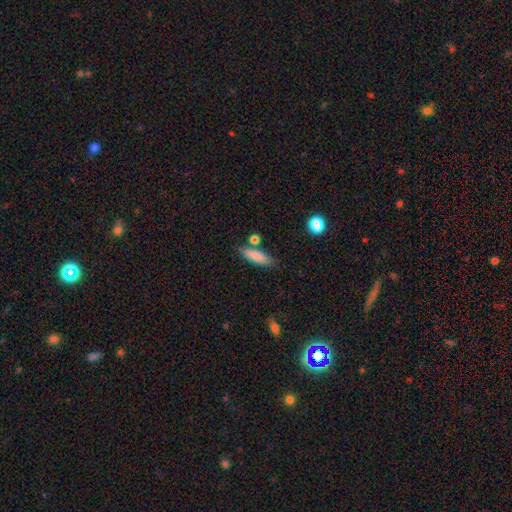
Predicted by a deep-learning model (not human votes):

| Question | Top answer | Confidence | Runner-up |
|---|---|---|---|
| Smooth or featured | smooth | 83% | featured or disk (10%) |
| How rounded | cigar-shaped | 57% | in between (40%) |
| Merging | none | 75% | minor disturbance (13%) |